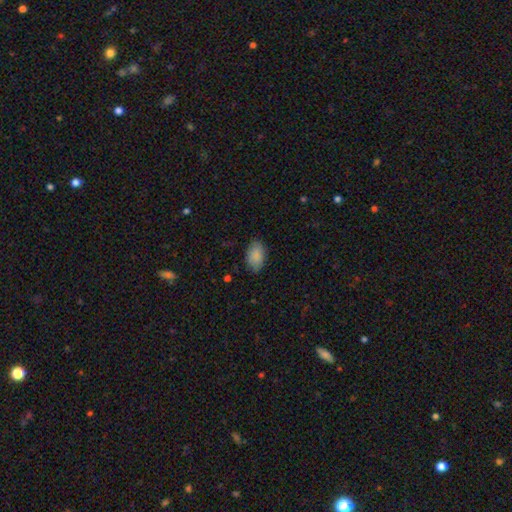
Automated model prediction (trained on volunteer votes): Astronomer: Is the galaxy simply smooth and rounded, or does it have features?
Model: smooth — 88%.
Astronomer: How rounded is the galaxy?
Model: in between — 92%.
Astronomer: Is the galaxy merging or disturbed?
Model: none — 82%.